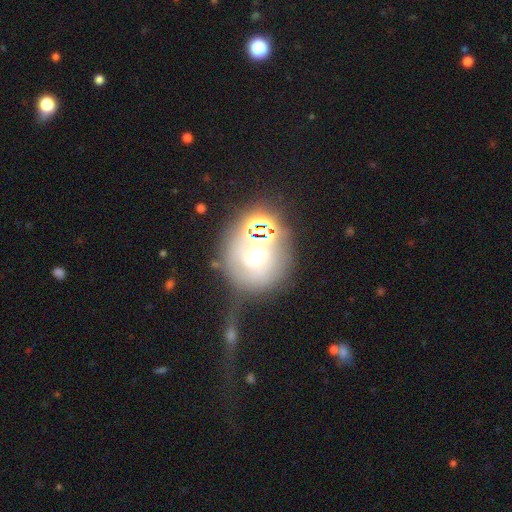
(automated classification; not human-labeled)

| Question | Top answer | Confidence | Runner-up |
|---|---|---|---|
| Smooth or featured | smooth | 45% | star or artifact (29%) |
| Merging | none | 46% | merger (22%) |